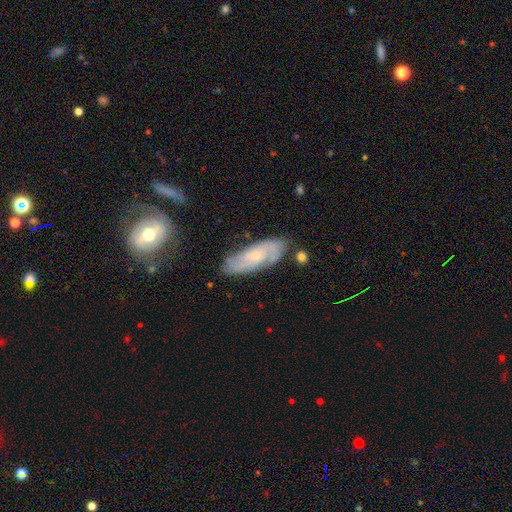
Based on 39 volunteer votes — Smooth or featured?
  - featured or disk: 69% *
  - smooth: 31%
  - star or artifact: 0%
Edge-on disk?
  - no: 89% *
  - yes: 11%
Bar?
  - no: 71% *
  - weak: 21%
  - strong: 8%
Spiral arms?
  - yes: 100% *
  - no: 0%
Spiral winding?
  - tight: 50% *
  - medium: 38%
  - loose: 12%
Spiral arm count?
  - 2: 54% *
  - can't tell: 29%
  - 3: 8%
  - 4: 4%
  - more than 4: 4%
  - 1: 0%
Bulge size?
  - small: 88% *
  - dominant: 4%
  - moderate: 4%
  - none: 4%
  - large: 0%
Merging?
  - none: 82% *
  - minor disturbance: 10%
  - merger: 5%
  - major disturbance: 3%